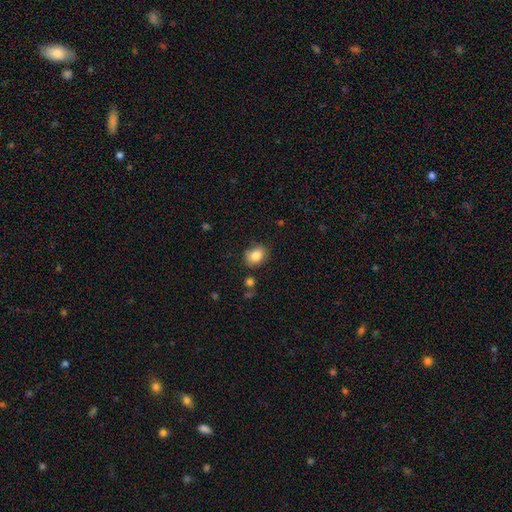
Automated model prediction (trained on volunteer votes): Smooth or featured? Predicted: smooth (p=0.84). How rounded? Predicted: in between (p=0.56). Merging? Predicted: none (p=0.79).